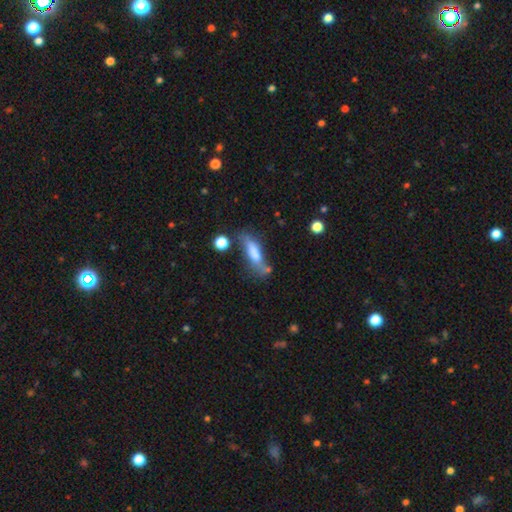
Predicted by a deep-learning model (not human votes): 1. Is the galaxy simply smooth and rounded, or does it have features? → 61% smooth, 31% featured or disk, 8% star or artifact.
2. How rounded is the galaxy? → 60% cigar-shaped, 37% in between, 3% round.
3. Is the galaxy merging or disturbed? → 48% none, 25% minor disturbance, 14% major disturbance, 13% merger.